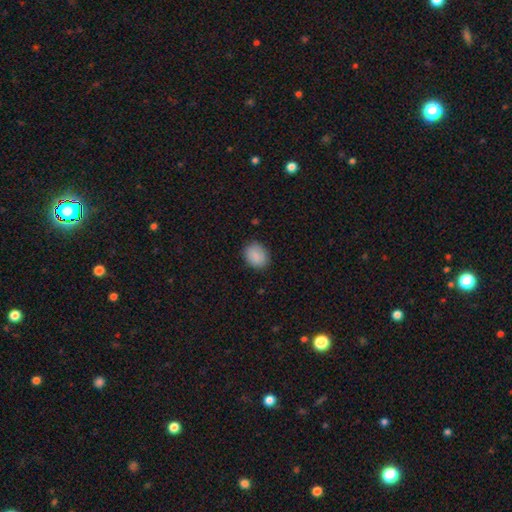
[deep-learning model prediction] smooth_or_featured: smooth (p=0.88) [alt: star or artifact p=0.08]
how_rounded: in between (p=0.53) [alt: round p=0.46]
merging: none (p=0.85) [alt: minor disturbance p=0.11]